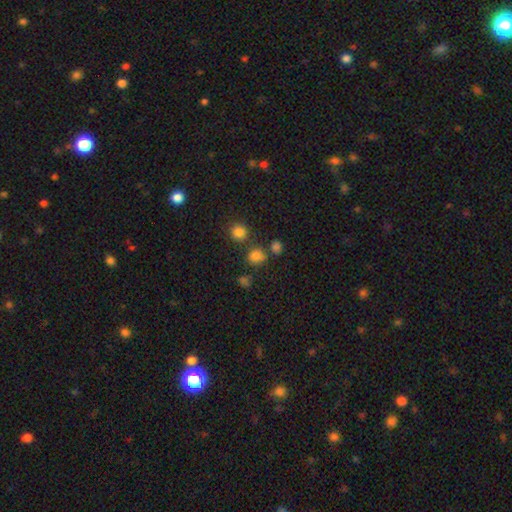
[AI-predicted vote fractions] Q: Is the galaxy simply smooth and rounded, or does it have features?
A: smooth — 76%.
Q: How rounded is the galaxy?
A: round — 75%.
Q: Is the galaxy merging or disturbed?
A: none — 70%.